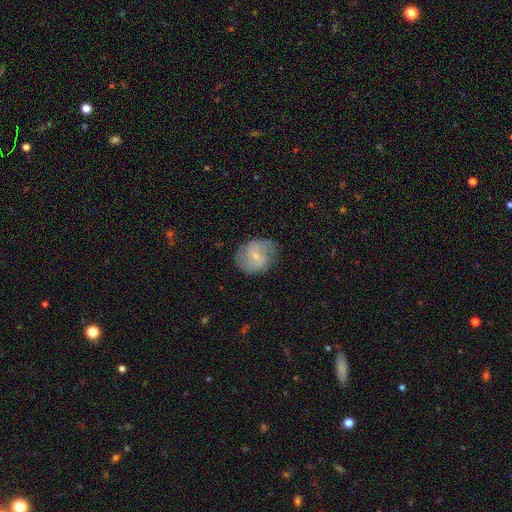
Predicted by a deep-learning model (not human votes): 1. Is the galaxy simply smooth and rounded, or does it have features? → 53% featured or disk, 40% smooth, 7% star or artifact.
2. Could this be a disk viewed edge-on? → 97% no, 3% yes.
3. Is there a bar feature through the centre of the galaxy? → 47% weak, 41% no, 12% strong.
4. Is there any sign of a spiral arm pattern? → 76% yes, 24% no.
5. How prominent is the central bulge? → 70% small, 26% moderate, 3% none, 1% large, 1% dominant.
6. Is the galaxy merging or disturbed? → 73% none, 19% minor disturbance, 7% major disturbance, 1% merger.